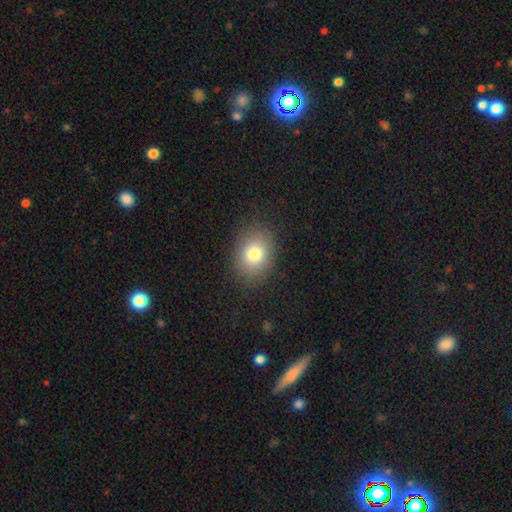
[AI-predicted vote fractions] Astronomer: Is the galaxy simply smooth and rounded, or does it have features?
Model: smooth — 80%.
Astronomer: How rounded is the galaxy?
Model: in between — 58% (runner-up: round, 41%).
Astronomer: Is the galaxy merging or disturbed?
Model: none — 86%.